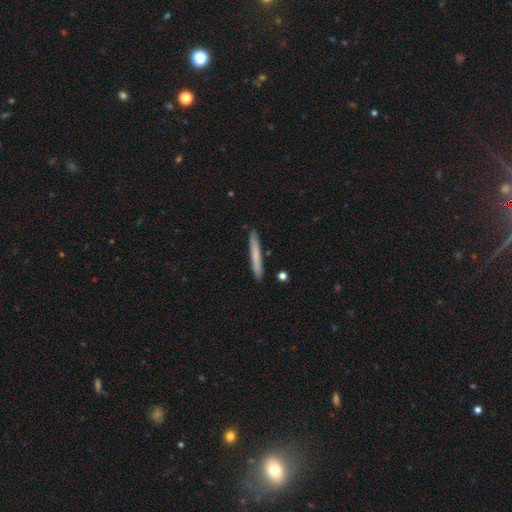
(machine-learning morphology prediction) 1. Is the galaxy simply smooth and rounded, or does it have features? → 70% smooth, 25% featured or disk, 6% star or artifact.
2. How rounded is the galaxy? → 97% cigar-shaped, 2% in between, 1% round.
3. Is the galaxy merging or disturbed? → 90% none, 7% minor disturbance, 2% merger, 1% major disturbance.